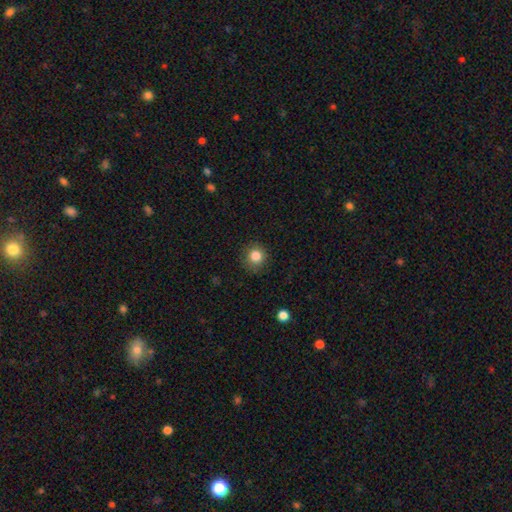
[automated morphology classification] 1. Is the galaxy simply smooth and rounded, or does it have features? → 83% smooth, 11% star or artifact, 5% featured or disk.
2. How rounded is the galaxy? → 89% round, 10% in between, 1% cigar-shaped.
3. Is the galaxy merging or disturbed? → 86% none, 10% minor disturbance, 3% major disturbance, 1% merger.